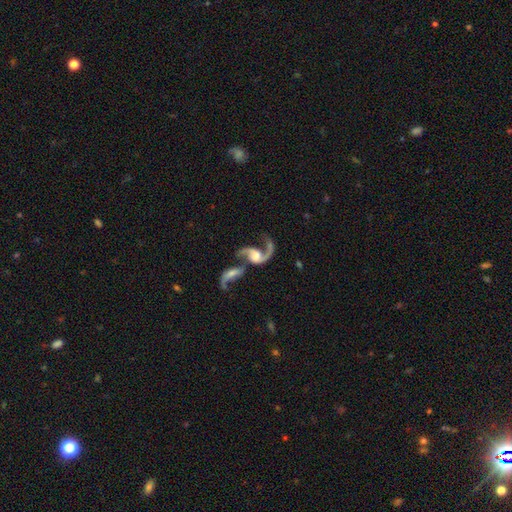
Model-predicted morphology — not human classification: smooth-or-featured: featured or disk: 84% | smooth: 10% | star or artifact: 6%
  disk-edge-on: no: 96% | yes: 4%
    bar: no: 52% | weak: 35% | strong: 13%
    has-spiral-arms: yes: 94% | no: 6%
      spiral-winding: loose: 72% | medium: 23% | tight: 4%
      spiral-arm-count: 2: 77% | 1: 16% | can't tell: 3% | 3: 2% | 4: 1% | more than 4: 1%
    bulge-size: moderate: 44% | large: 22% | small: 19% | none: 12% | dominant: 3%
  merging: merger: 62% | none: 18% | major disturbance: 13% | minor disturbance: 7%